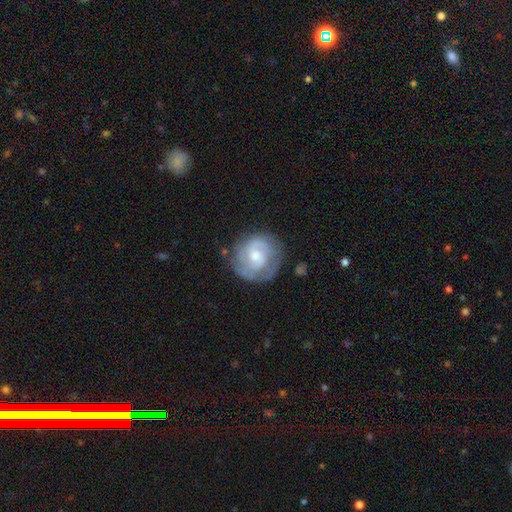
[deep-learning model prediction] smooth_or_featured: featured or disk (p=0.74) [alt: smooth p=0.20]
disk_edge_on: no (p=0.98) [alt: yes p=0.02]
bar: no (p=0.61) [alt: weak p=0.34]
has_spiral_arms: yes (p=0.90) [alt: no p=0.10]
spiral_winding: tight (p=0.55) [alt: medium p=0.35]
spiral_arm_count: 2 (p=0.52) [alt: can't tell p=0.23]
bulge_size: moderate (p=0.54) [alt: small p=0.38]
merging: none (p=0.73) [alt: minor disturbance p=0.18]